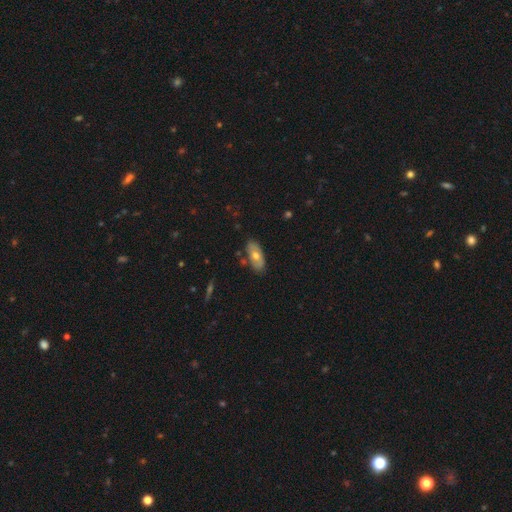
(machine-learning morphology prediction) Smooth or featured? smooth (55%)
How rounded? in between (87%)
Merging? none (80%)